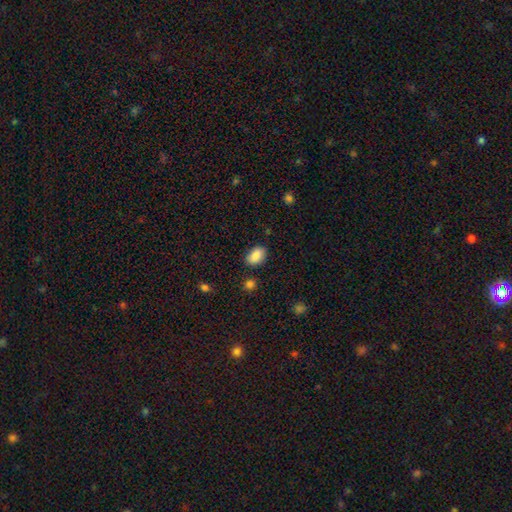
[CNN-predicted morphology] Smooth or featured?
  - smooth: 87% *
  - star or artifact: 8%
  - featured or disk: 5%
How rounded?
  - in between: 88% *
  - round: 10%
  - cigar-shaped: 1%
Merging?
  - none: 83% *
  - minor disturbance: 12%
  - major disturbance: 3%
  - merger: 2%